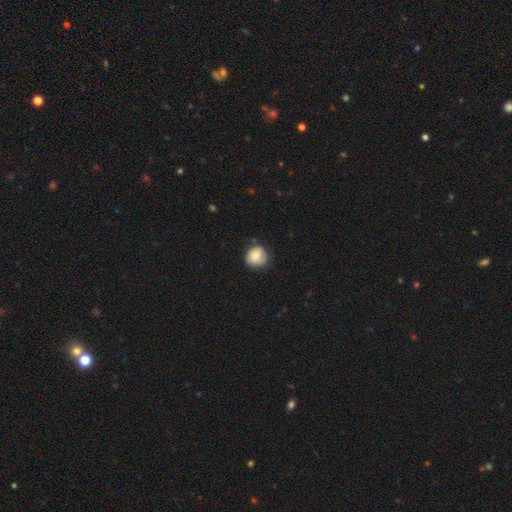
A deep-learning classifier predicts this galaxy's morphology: Overall: smooth (71%). How rounded: round (83%). Merging: none (64%; minor disturbance 27%).